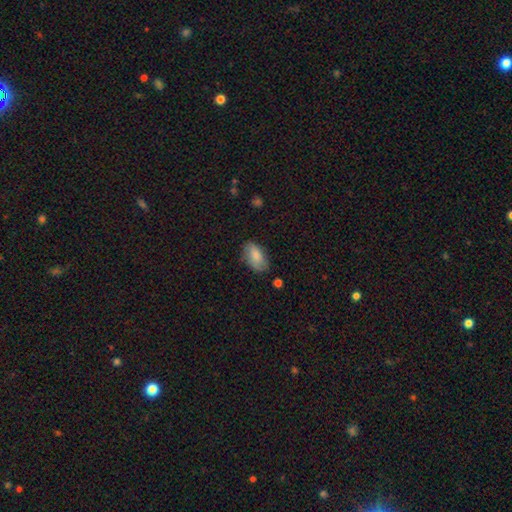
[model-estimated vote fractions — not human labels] smooth_or_featured: smooth (p=0.81) [alt: featured or disk p=0.12]
how_rounded: in between (p=0.93) [alt: round p=0.05]
merging: none (p=0.73) [alt: minor disturbance p=0.21]